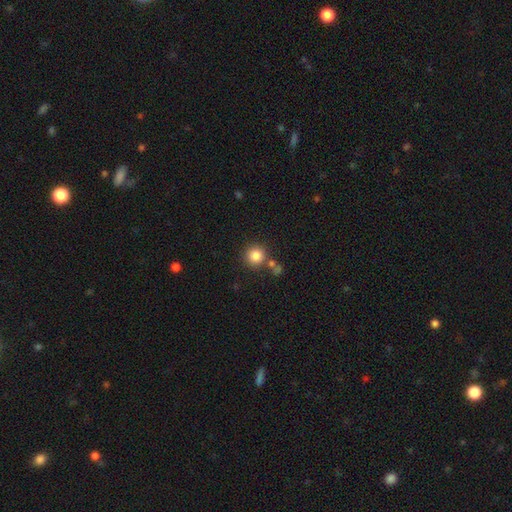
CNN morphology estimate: A smooth galaxy with no disk features (84%) that is round (93%). Merging: none (76%).